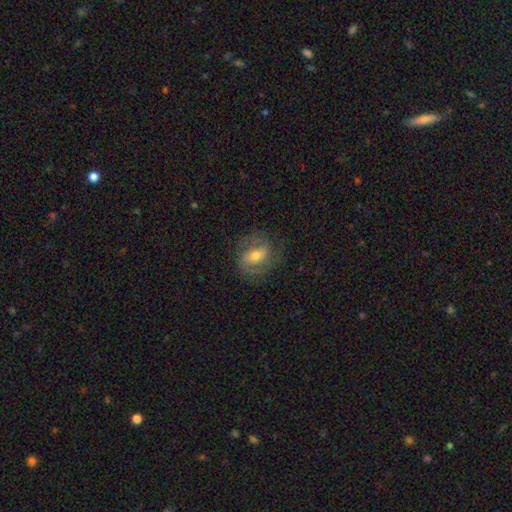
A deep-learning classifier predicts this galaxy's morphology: This appears to be a featured or disk galaxy (68%) with a weak bar (44%), 2 (77%) medium (47%) spiral arms (86%) and a moderate central bulge (64%). Merging: none (74%).